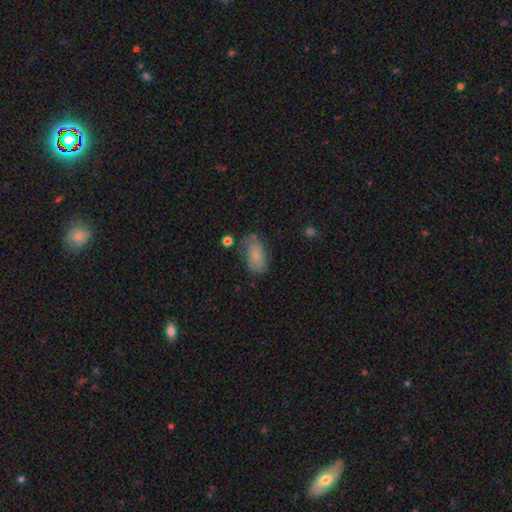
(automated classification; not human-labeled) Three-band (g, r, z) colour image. It shows a smooth galaxy with no disk features (76%) that is in between round and cigar-shaped (92%). Merging: none (58%).